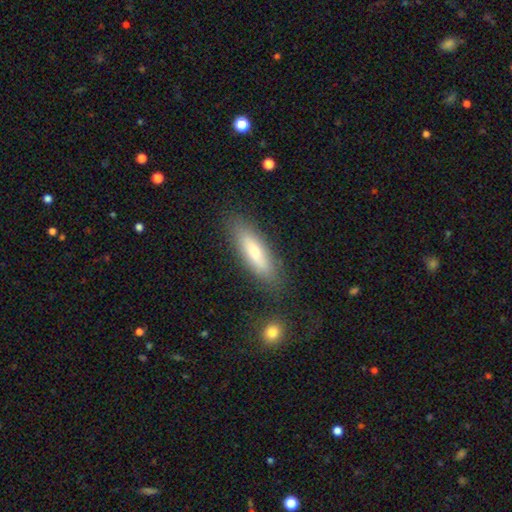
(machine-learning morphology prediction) Overall: smooth (70%). How rounded: cigar-shaped (64%; in between 34%). Merging: none (84%).